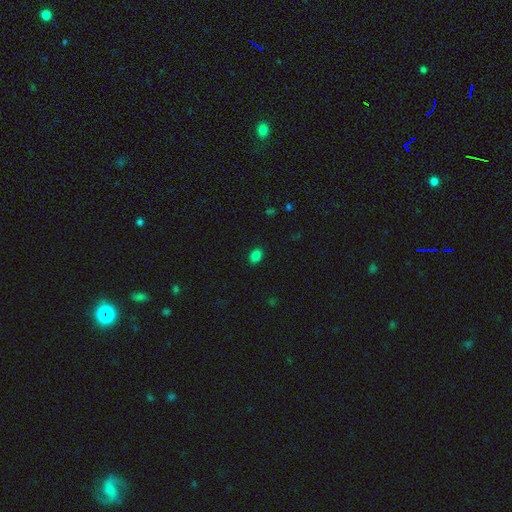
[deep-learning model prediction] smooth-or-featured: smooth: 83% | star or artifact: 13% | featured or disk: 4%
  how-rounded: in between: 71% | round: 27% | cigar-shaped: 1%
  merging: none: 88% | minor disturbance: 9% | major disturbance: 2% | merger: 1%